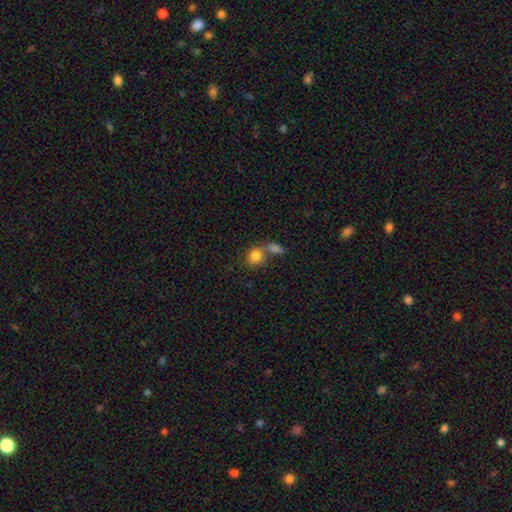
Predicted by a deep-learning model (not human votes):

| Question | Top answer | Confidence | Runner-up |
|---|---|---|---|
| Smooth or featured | smooth | 83% | star or artifact (9%) |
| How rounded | round | 67% | in between (32%) |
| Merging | merger | 46% | none (39%) |